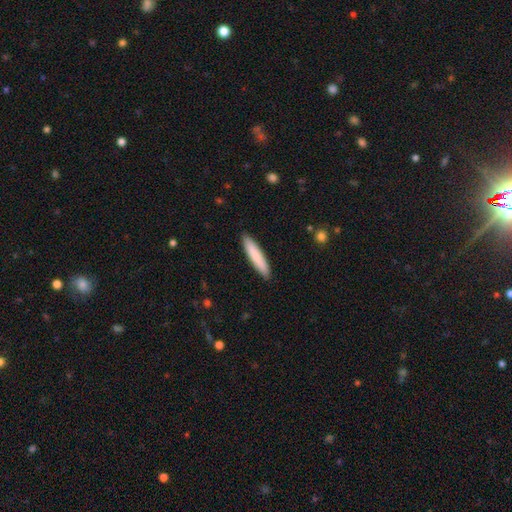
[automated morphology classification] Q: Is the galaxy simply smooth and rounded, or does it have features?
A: smooth — 81%.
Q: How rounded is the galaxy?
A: cigar-shaped — 88%.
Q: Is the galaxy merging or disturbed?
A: none — 91%.